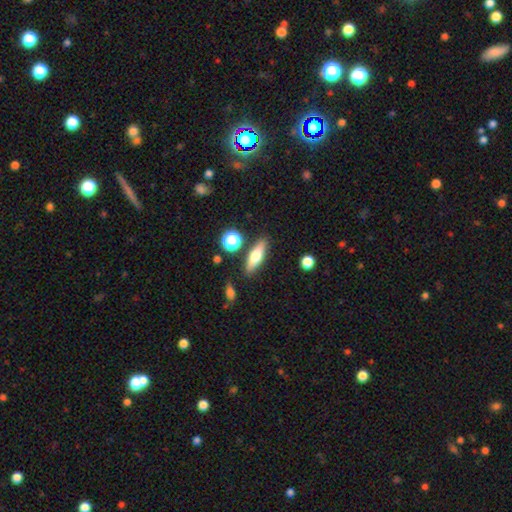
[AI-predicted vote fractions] smooth 60%, featured or disk 32%, star or artifact 8%. Down the decision tree: how rounded — in between (50%); merging — none (82%).